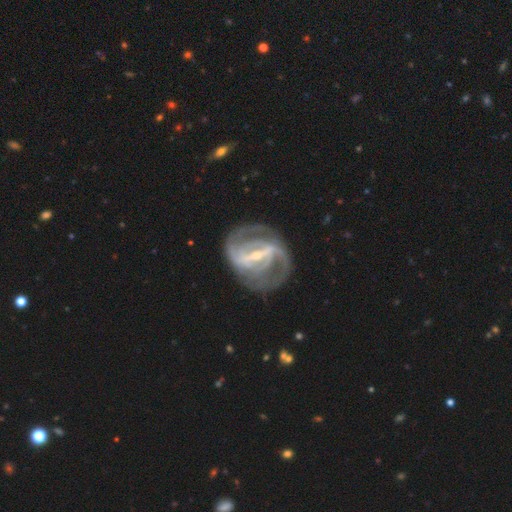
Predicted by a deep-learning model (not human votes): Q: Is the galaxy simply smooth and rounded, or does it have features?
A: featured or disk — 91%.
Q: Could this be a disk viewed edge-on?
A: no — 96%.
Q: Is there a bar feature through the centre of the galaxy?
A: strong — 77%.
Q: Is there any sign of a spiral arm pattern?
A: yes — 95%.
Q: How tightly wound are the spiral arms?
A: medium — 45%.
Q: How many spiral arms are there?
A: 2 — 59%.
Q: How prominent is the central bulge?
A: small — 68%.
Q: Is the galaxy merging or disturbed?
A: none — 71%.